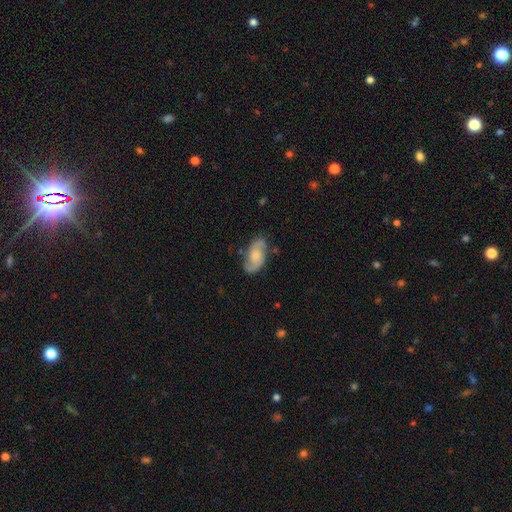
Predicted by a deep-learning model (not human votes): Smooth or featured?
  - featured or disk: 74% *
  - smooth: 20%
  - star or artifact: 6%
Edge-on disk?
  - no: 96% *
  - yes: 4%
Bar?
  - no: 64% *
  - weak: 31%
  - strong: 5%
Spiral arms?
  - yes: 94% *
  - no: 6%
Spiral winding?
  - medium: 48% *
  - loose: 27%
  - tight: 25%
Spiral arm count?
  - 2: 90% *
  - can't tell: 5%
  - 1: 2%
  - 3: 1%
  - 4: 1%
  - more than 4: 1%
Bulge size?
  - small: 40% *
  - moderate: 39%
  - none: 13%
  - large: 7%
  - dominant: 2%
Merging?
  - none: 78% *
  - minor disturbance: 16%
  - major disturbance: 4%
  - merger: 2%